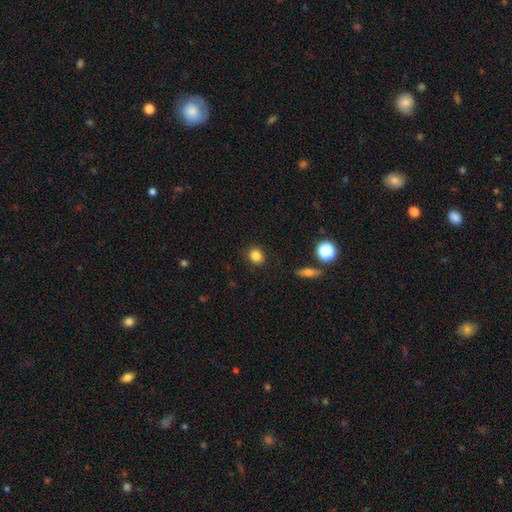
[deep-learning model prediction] Morphology: type=smooth (84%); roundness=round (73%); merging=none (88%).